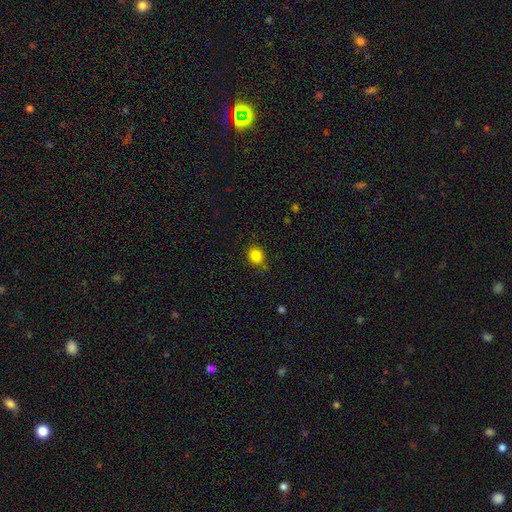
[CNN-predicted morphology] smooth 84%, star or artifact 11%, featured or disk 5%. Down the decision tree: how rounded — round (79%); merging — none (74%).